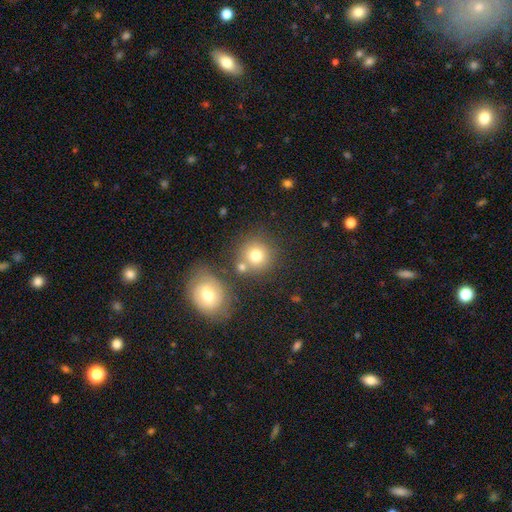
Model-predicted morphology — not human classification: Smooth or featured? smooth (77%)
How rounded? round (88%)
Merging? none (61%)